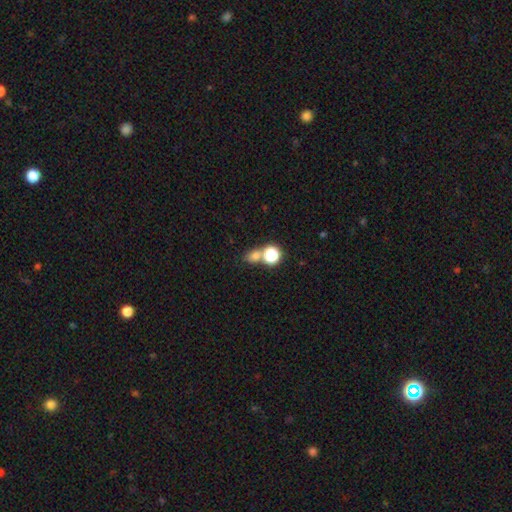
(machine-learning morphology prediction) smooth-or-featured: smooth: 70% | star or artifact: 22% | featured or disk: 8%
  how-rounded: round: 63% | in between: 36% | cigar-shaped: 2%
  merging: none: 52% | merger: 35% | minor disturbance: 9% | major disturbance: 4%